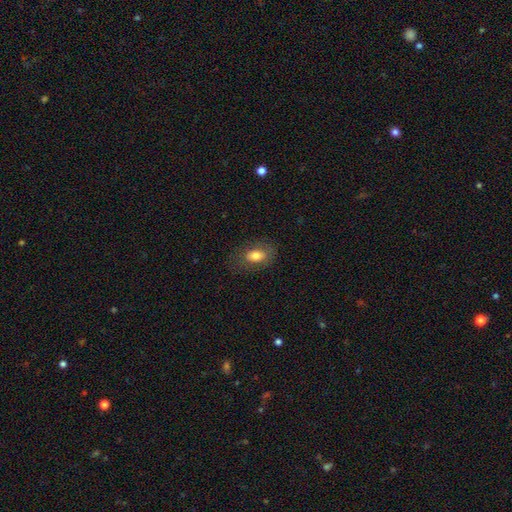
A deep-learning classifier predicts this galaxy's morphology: Q: Smooth or featured?
A: smooth (75%); runner-up: featured or disk (17%)
Q: How rounded?
A: in between (86%); runner-up: round (12%)
Q: Merging?
A: none (76%); runner-up: minor disturbance (16%)